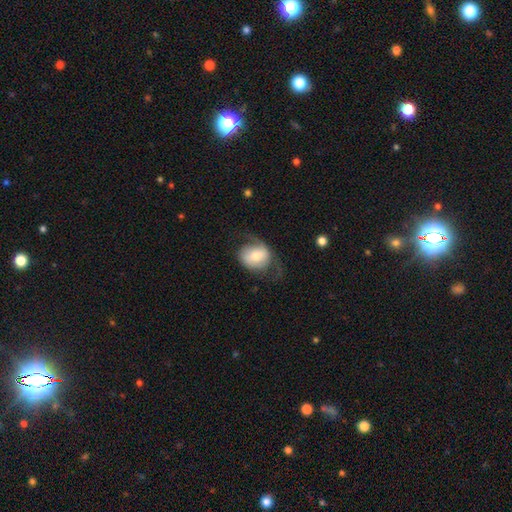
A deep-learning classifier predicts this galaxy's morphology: Overall: smooth (50%; featured or disk 43%). Merging: none (50%; major disturbance 25%).